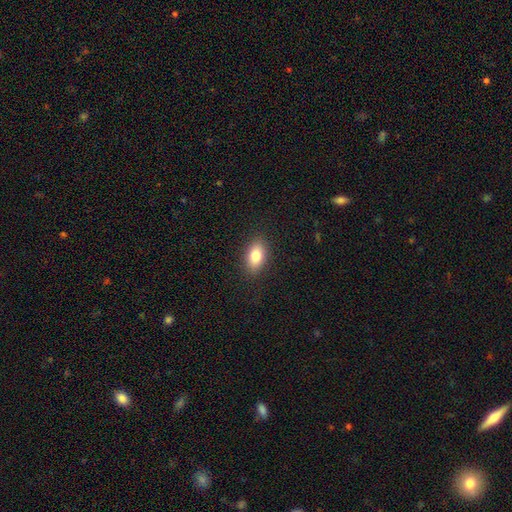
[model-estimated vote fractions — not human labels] Smooth or featured?
  - smooth: 83% *
  - featured or disk: 9%
  - star or artifact: 8%
How rounded?
  - in between: 89% *
  - round: 7%
  - cigar-shaped: 4%
Merging?
  - none: 88% *
  - minor disturbance: 9%
  - major disturbance: 2%
  - merger: 1%